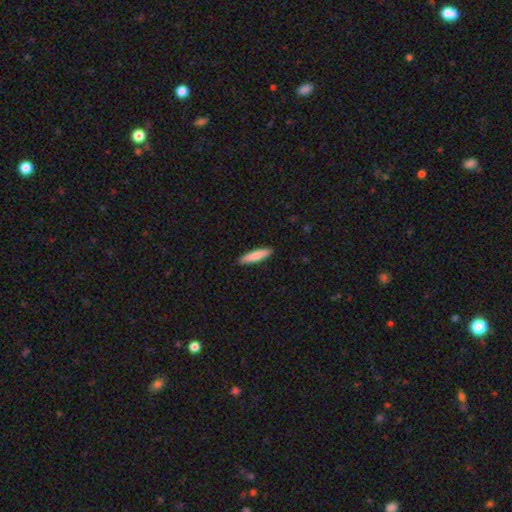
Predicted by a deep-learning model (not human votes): Smooth or featured? Predicted: smooth (p=0.82). How rounded? Predicted: cigar-shaped (p=0.83). Merging? Predicted: none (p=0.91).